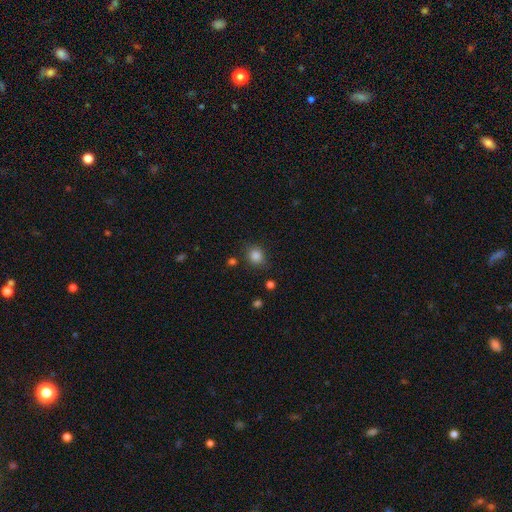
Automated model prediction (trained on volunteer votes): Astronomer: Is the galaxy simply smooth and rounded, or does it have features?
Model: smooth — 84%.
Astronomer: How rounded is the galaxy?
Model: round — 74%.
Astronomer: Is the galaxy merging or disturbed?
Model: none — 81%.